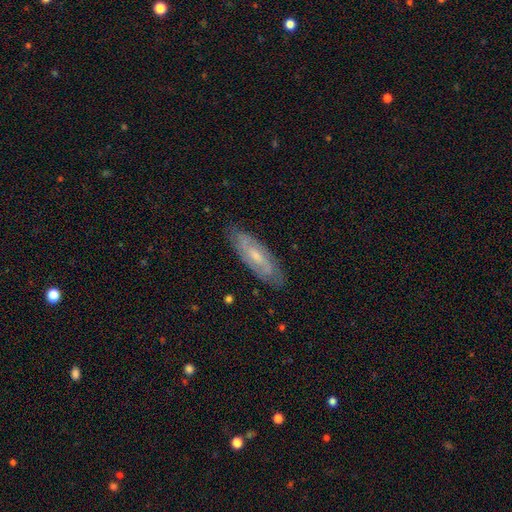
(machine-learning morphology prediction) Smooth or featured? Predicted: featured or disk (p=0.69). Edge-on disk? Predicted: no (p=0.80). Bar? Predicted: weak (p=0.48). Spiral arms? Predicted: yes (p=0.83). Bulge size? Predicted: small (p=0.51). Merging? Predicted: none (p=0.82).